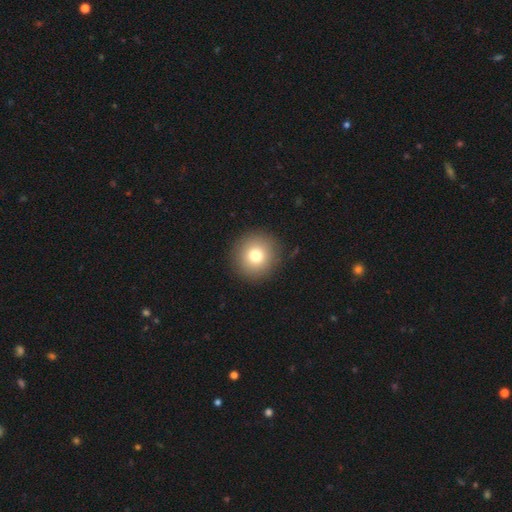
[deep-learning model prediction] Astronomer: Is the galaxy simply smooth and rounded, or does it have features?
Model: smooth — 78%.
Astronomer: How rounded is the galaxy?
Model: round — 93%.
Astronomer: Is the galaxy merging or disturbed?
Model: none — 91%.